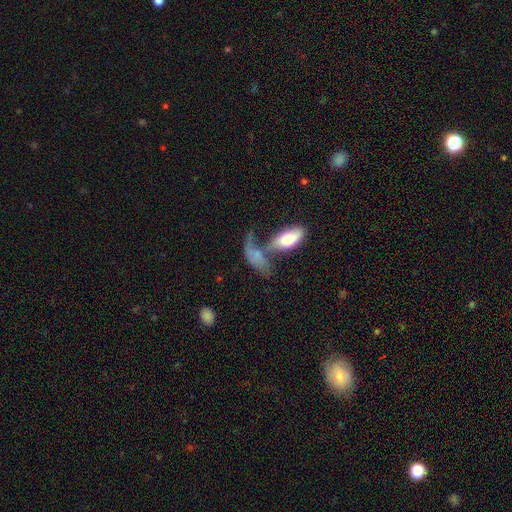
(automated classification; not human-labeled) Q: Smooth or featured?
A: smooth (59%); runner-up: featured or disk (32%)
Q: How rounded?
A: in between (76%); runner-up: cigar-shaped (18%)
Q: Merging?
A: merger (51%); runner-up: major disturbance (20%)